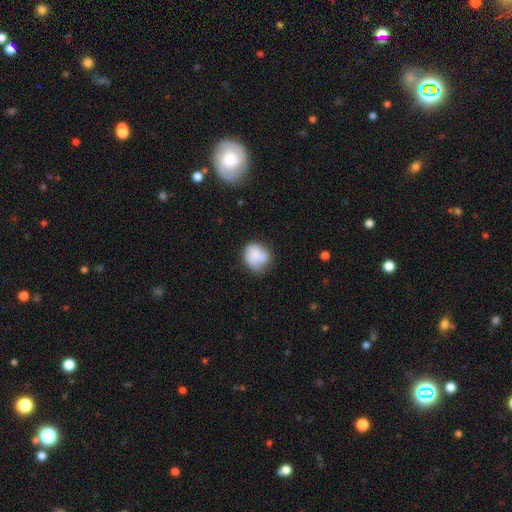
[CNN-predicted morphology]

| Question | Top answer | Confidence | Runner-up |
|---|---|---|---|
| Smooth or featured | smooth | 70% | featured or disk (22%) |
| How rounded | round | 61% | in between (38%) |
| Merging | none | 46% | minor disturbance (30%) |